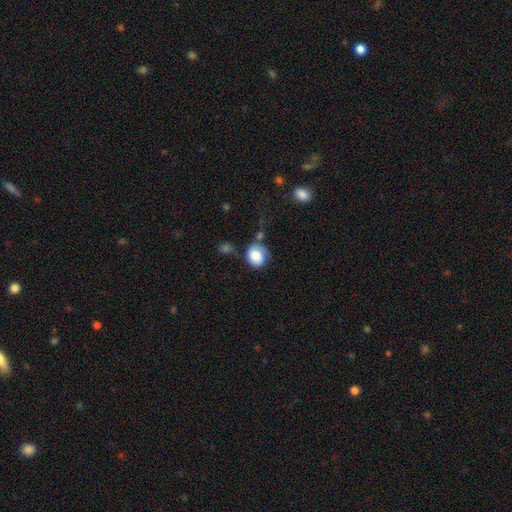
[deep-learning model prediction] smooth-or-featured: smooth: 73% | featured or disk: 19% | star or artifact: 8%
  how-rounded: round: 70% | in between: 29% | cigar-shaped: 1%
  merging: none: 50% | minor disturbance: 29% | major disturbance: 13% | merger: 8%